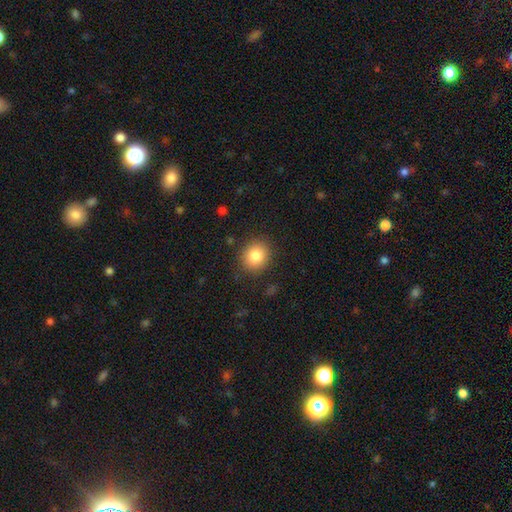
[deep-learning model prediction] The model was most divided on "how rounded": round: 81%, in between: 18%, cigar-shaped: 1%. More confident: merging — none (87%); smooth or featured — smooth (84%).